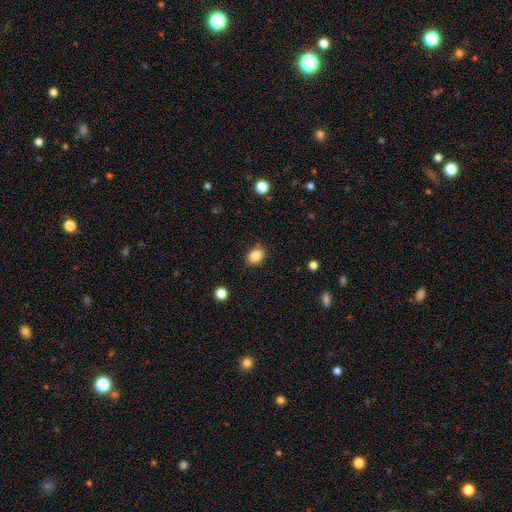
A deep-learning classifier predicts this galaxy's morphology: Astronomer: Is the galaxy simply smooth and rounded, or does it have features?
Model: smooth — 87%.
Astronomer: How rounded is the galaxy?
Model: in between — 72%.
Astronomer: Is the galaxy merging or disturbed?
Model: none — 84%.